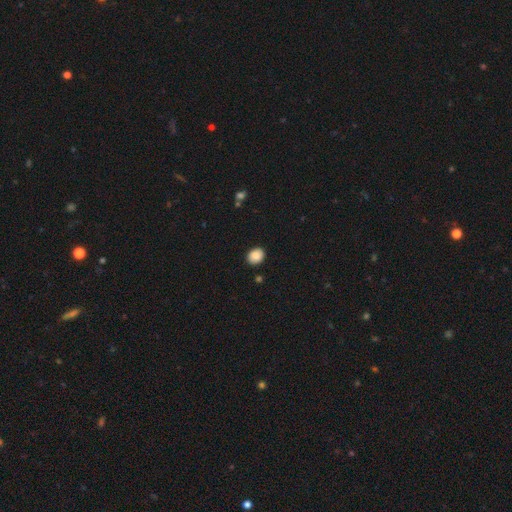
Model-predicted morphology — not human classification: smooth 88%, star or artifact 8%, featured or disk 4%. Down the decision tree: how rounded — round (54%); merging — none (88%).